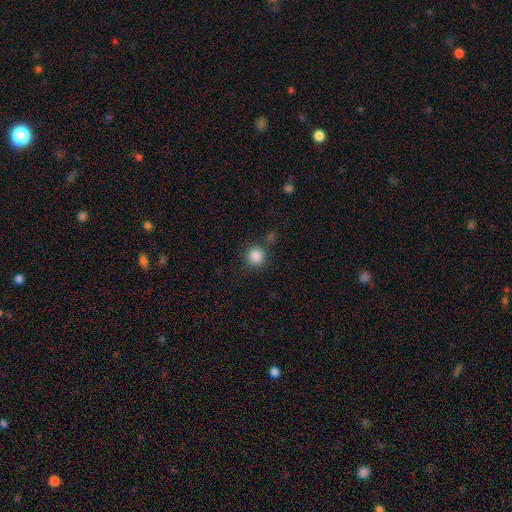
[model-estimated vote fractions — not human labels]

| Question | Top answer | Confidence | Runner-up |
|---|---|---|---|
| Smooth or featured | smooth | 86% | star or artifact (10%) |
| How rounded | round | 88% | in between (11%) |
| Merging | none | 79% | minor disturbance (11%) |